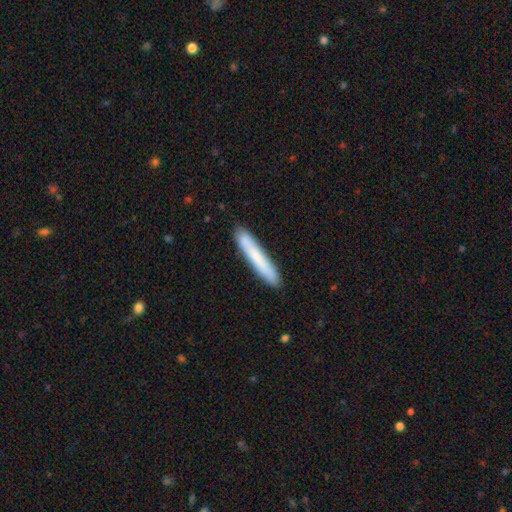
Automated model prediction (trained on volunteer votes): A smooth galaxy with no disk features (75%) that is cigar-shaped (95%). Merging: none (88%).